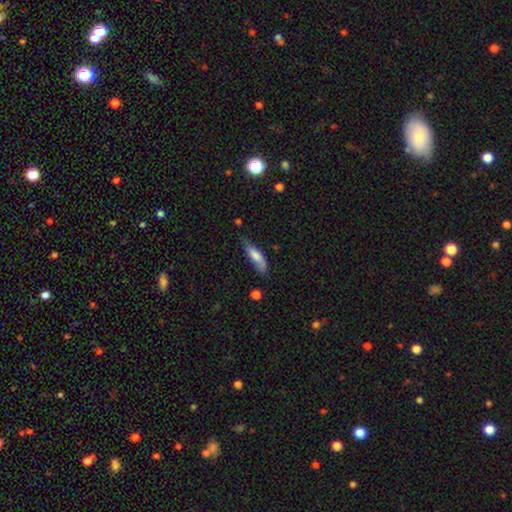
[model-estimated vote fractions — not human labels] smooth-or-featured: smooth: 75% | featured or disk: 19% | star or artifact: 6%
  how-rounded: cigar-shaped: 58% | in between: 40% | round: 2%
  merging: none: 58% | minor disturbance: 32% | major disturbance: 7% | merger: 3%